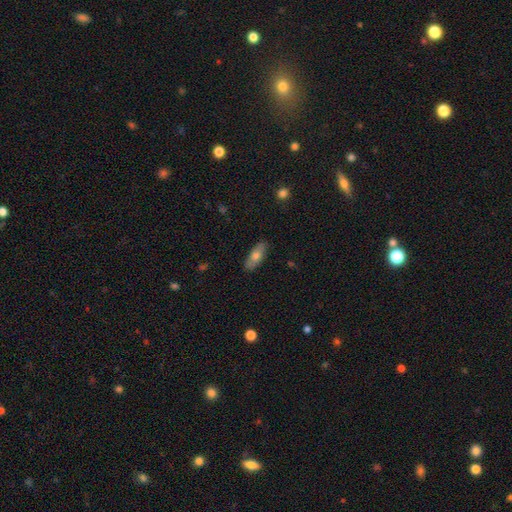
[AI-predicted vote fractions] This appears to be a smooth galaxy with no disk features (66%) that is in between round and cigar-shaped (70%). Merging: none (86%).